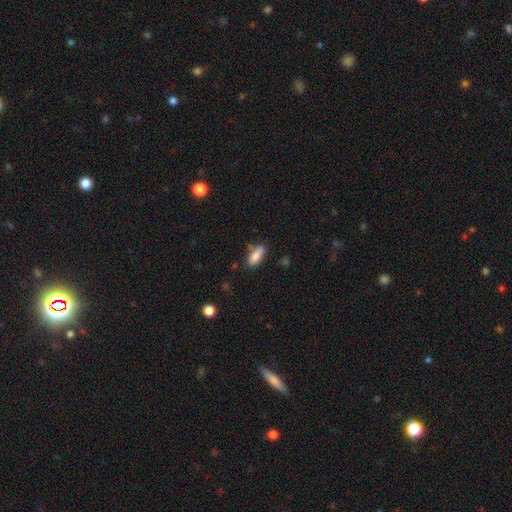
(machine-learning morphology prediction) smooth 85%, featured or disk 8%, star or artifact 7%. Down the decision tree: how rounded — in between (76%); merging — none (70%).